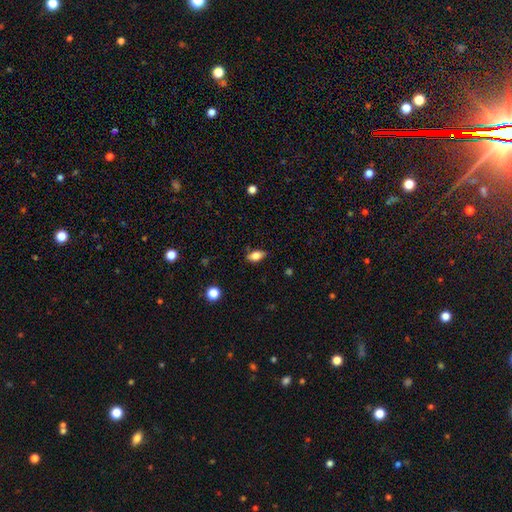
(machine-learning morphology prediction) This appears to be a smooth galaxy with no disk features (79%) that is in between round and cigar-shaped (87%). Merging: none (80%).